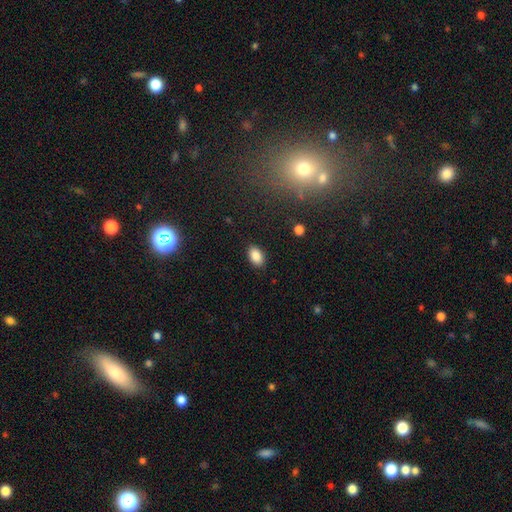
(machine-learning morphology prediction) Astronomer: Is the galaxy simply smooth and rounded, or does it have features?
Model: smooth — 87%.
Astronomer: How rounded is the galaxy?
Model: in between — 90%.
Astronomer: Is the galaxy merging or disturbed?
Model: none — 87%.